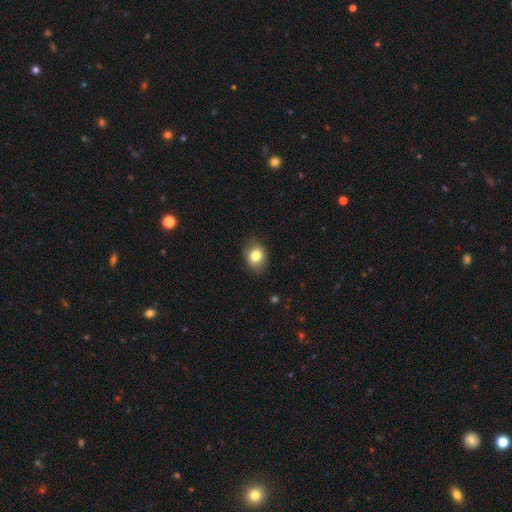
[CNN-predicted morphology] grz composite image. It shows a smooth galaxy with no disk features (80%) that is in between round and cigar-shaped (53%). Merging: none (80%).